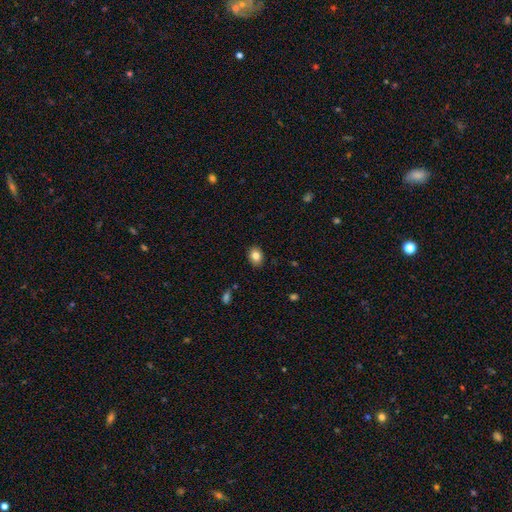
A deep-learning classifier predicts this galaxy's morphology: Smooth or featured? Predicted: smooth (p=0.83). How rounded? Predicted: in between (p=0.60). Merging? Predicted: none (p=0.89).